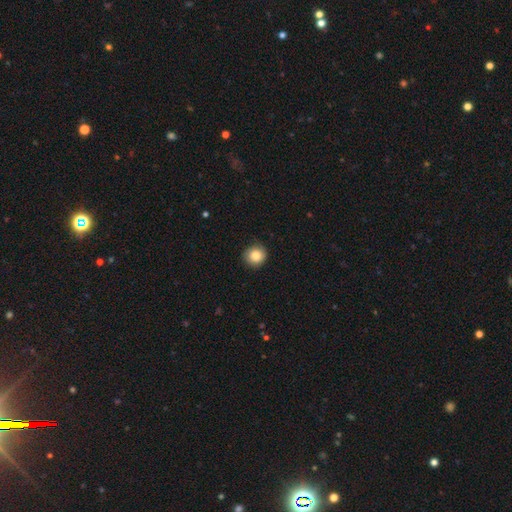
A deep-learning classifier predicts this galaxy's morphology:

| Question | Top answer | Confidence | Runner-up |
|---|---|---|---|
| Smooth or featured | smooth | 85% | star or artifact (9%) |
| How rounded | round | 91% | in between (8%) |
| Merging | none | 84% | minor disturbance (13%) |